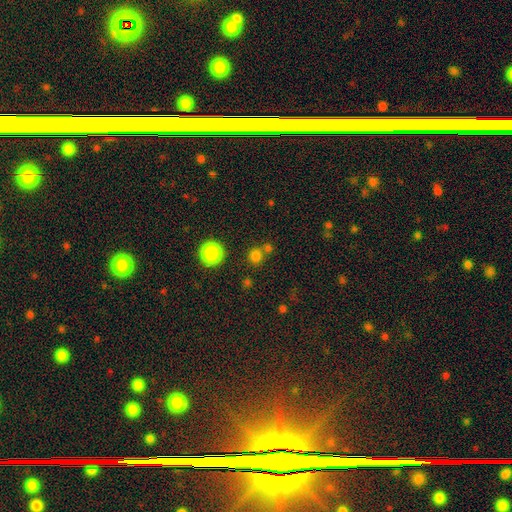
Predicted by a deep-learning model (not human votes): Morphology: type=smooth (73%); roundness=round (87%); merging=none (67%).